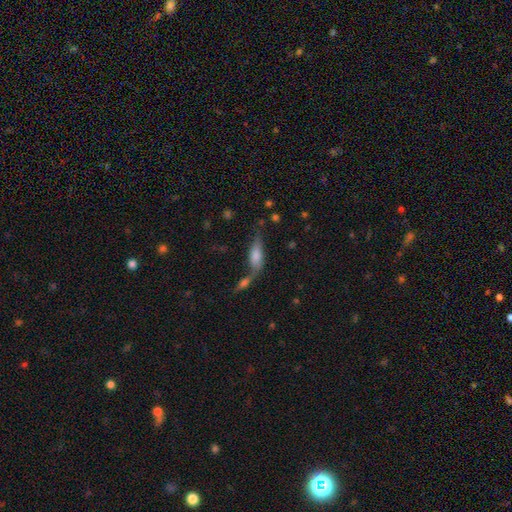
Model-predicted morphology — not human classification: This appears to be a smooth galaxy with no disk features (61%) that is in between round and cigar-shaped (55%). Merging: none (43%).